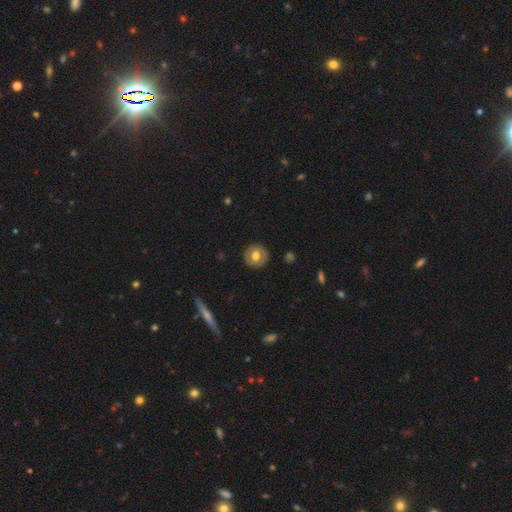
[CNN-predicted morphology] smooth 64%, featured or disk 29%, star or artifact 7%. Down the decision tree: how rounded — round (92%); merging — none (89%).